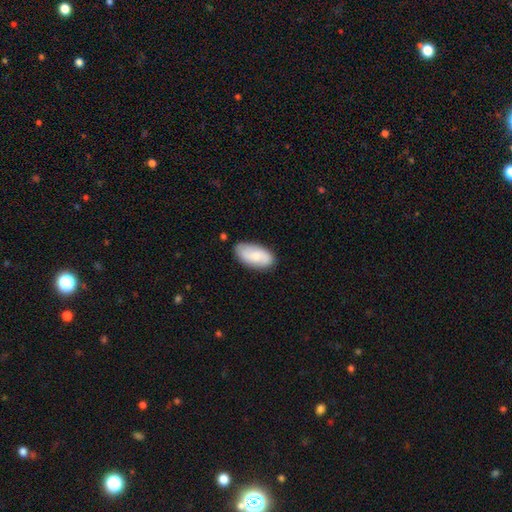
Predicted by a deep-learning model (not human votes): Smooth or featured: smooth — 62% (featured or disk — 32%)
How rounded: in between — 93% (cigar-shaped — 4%)
Merging: none — 79% (minor disturbance — 16%)